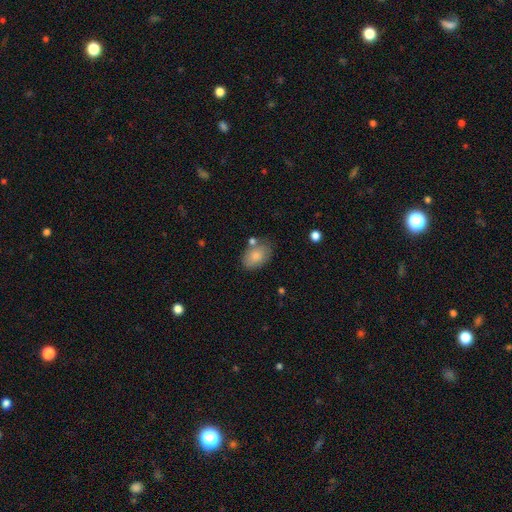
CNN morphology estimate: The model was most divided on "merging": none: 66%, minor disturbance: 19%, merger: 9%, major disturbance: 5%. More confident: how rounded — in between (86%); smooth or featured — smooth (83%).